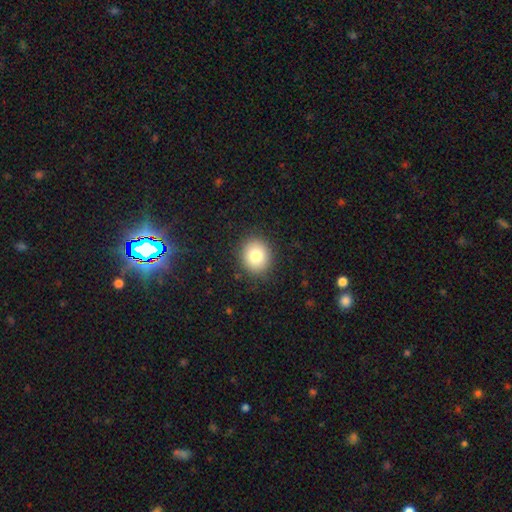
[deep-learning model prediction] Q: Smooth or featured?
A: smooth (80%); runner-up: star or artifact (11%)
Q: How rounded?
A: round (79%); runner-up: in between (20%)
Q: Merging?
A: none (90%); runner-up: minor disturbance (7%)